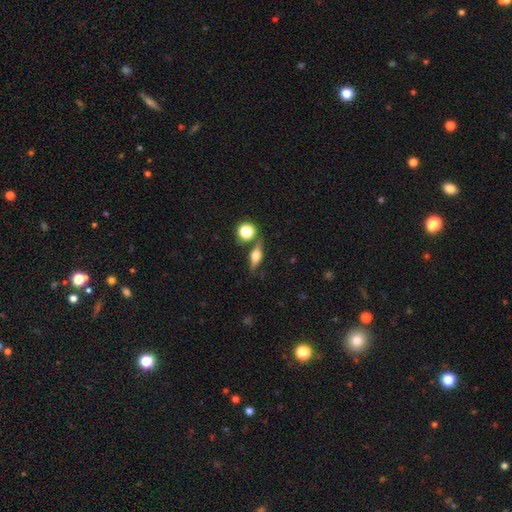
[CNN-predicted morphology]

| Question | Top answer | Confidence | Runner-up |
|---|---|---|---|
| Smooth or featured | featured or disk | 50% | smooth (40%) |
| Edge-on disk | yes | 91% | no (9%) |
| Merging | none | 76% | minor disturbance (11%) |